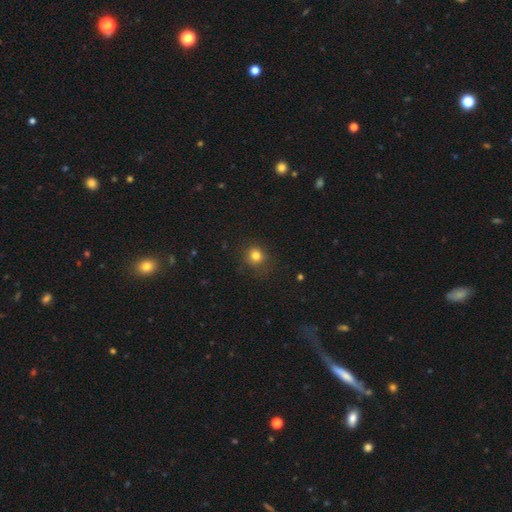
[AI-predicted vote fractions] This is clearly a smooth galaxy (81%). How rounded: clearly round (90%). Merging: clearly none (82%).